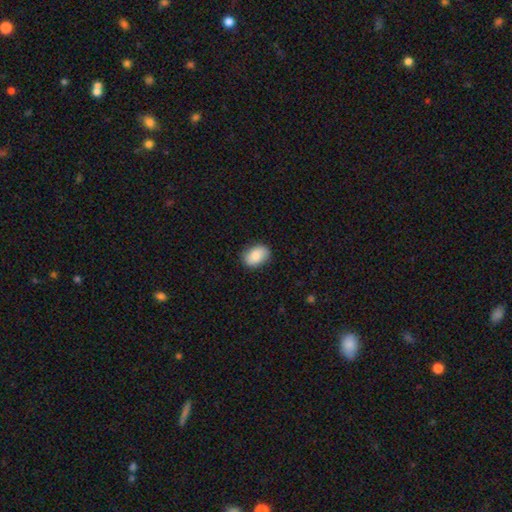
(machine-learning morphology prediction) smooth_or_featured: smooth (p=0.82) [alt: featured or disk p=0.11]
how_rounded: in between (p=0.81) [alt: round p=0.18]
merging: none (p=0.83) [alt: minor disturbance p=0.13]